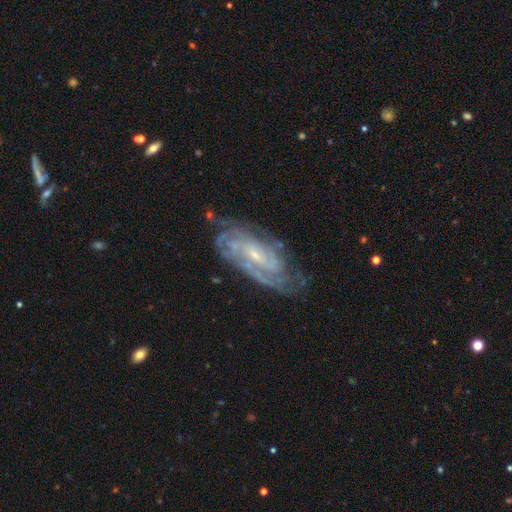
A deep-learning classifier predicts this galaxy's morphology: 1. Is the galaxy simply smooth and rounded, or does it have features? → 85% featured or disk, 9% smooth, 7% star or artifact.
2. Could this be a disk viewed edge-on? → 92% no, 8% yes.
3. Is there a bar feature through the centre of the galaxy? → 43% no, 41% weak, 15% strong.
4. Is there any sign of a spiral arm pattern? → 95% yes, 5% no.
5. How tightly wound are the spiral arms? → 65% tight, 29% medium, 6% loose.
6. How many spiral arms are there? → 36% can't tell, 26% 2, 16% 3, 11% 4, 6% more than 4, 5% 1.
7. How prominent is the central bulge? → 75% small, 19% moderate, 4% none, 1% large, 1% dominant.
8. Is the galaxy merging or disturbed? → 71% none, 20% minor disturbance, 7% major disturbance, 2% merger.